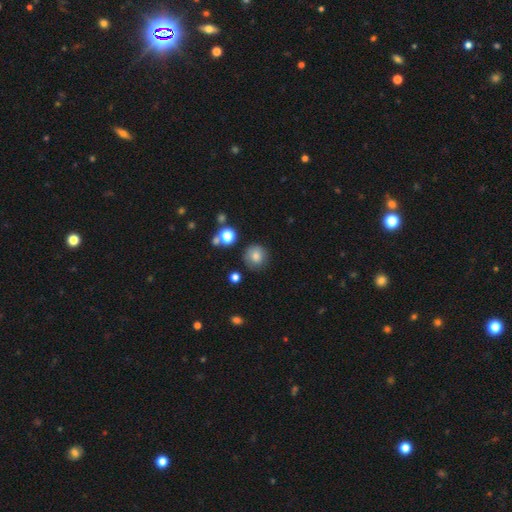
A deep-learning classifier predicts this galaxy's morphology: Q: Smooth or featured?
A: smooth (79%); runner-up: star or artifact (11%)
Q: How rounded?
A: round (92%); runner-up: in between (7%)
Q: Merging?
A: none (79%); runner-up: minor disturbance (13%)